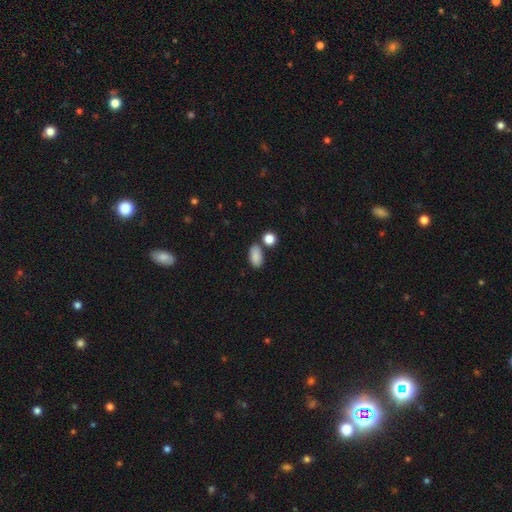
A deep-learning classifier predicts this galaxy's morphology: The model was most divided on "merging": none: 72%, minor disturbance: 13%, merger: 12%, major disturbance: 4%. More confident: how rounded — in between (91%); smooth or featured — smooth (87%).